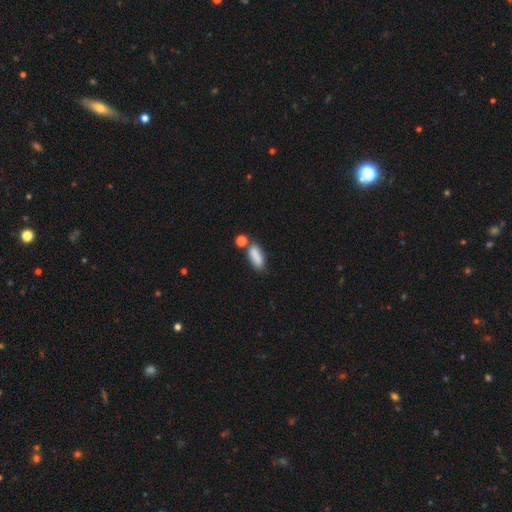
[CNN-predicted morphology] Q: Smooth or featured?
A: smooth (84%); runner-up: star or artifact (8%)
Q: How rounded?
A: in between (72%); runner-up: cigar-shaped (24%)
Q: Merging?
A: none (59%); runner-up: merger (19%)